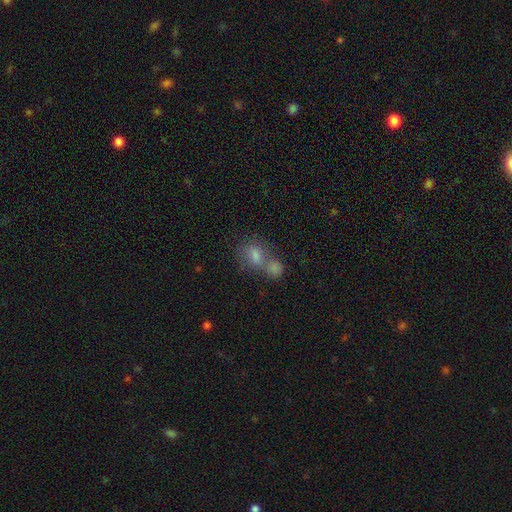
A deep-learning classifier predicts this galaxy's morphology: Q: Smooth or featured?
A: smooth (68%); runner-up: star or artifact (16%)
Q: How rounded?
A: in between (59%); runner-up: round (39%)
Q: Merging?
A: merger (56%); runner-up: none (31%)